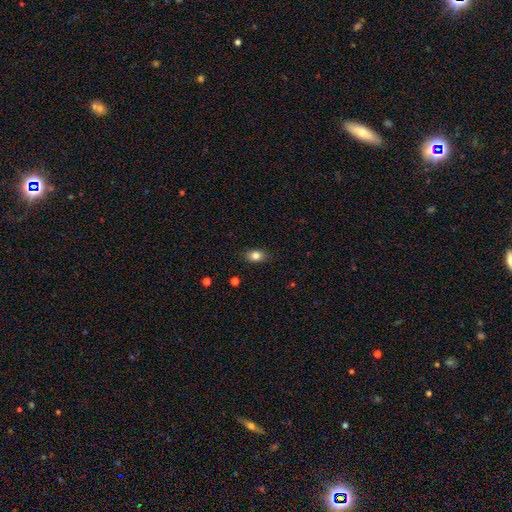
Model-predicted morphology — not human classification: Overall: smooth (83%). How rounded: in between (75%). Merging: none (85%).